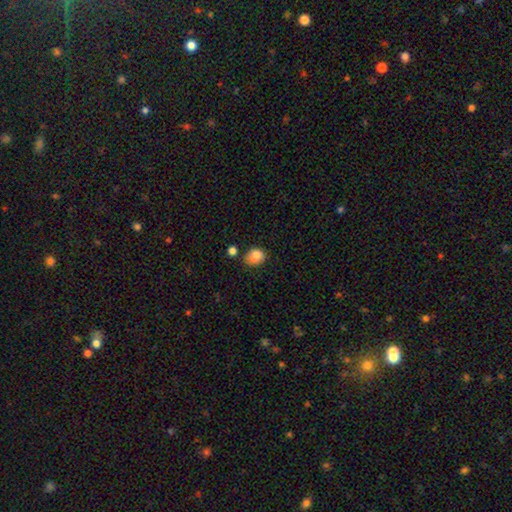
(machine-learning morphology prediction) Smooth or featured? smooth (85%)
How rounded? in between (51%)
Merging? none (59%)